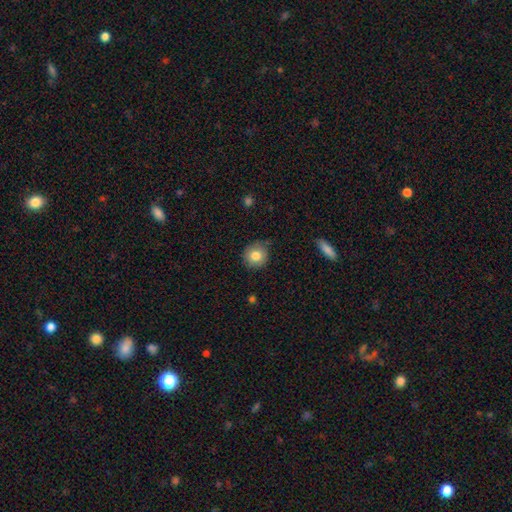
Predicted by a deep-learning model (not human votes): Smooth or featured?
  - smooth: 81% *
  - featured or disk: 10%
  - star or artifact: 9%
How rounded?
  - round: 88% *
  - in between: 11%
  - cigar-shaped: 1%
Merging?
  - none: 81% *
  - minor disturbance: 15%
  - major disturbance: 3%
  - merger: 1%